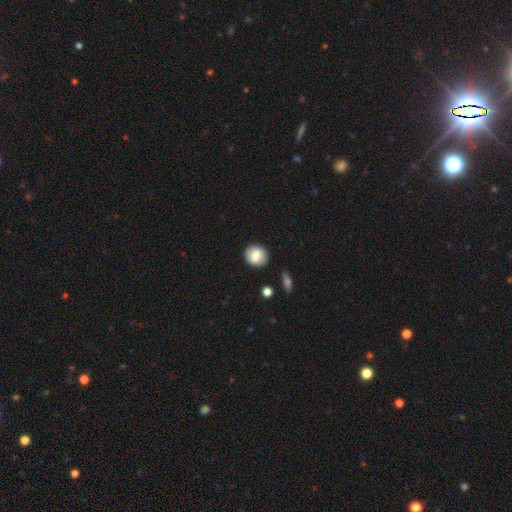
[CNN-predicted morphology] Smooth or featured? smooth (78%)
How rounded? round (73%)
Merging? none (84%)